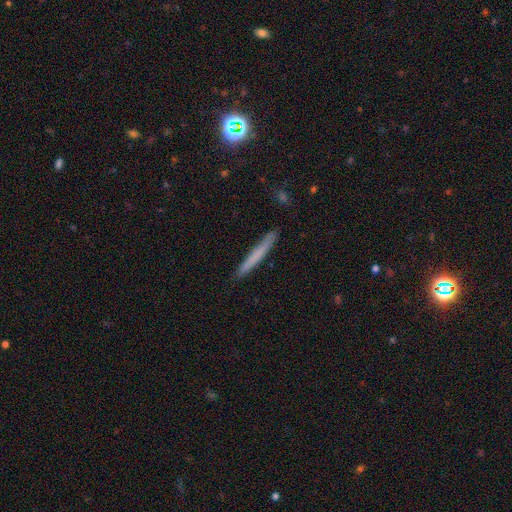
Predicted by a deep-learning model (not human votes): A smooth galaxy with no disk features (66%) that is cigar-shaped (97%).

Vote fractions:
- Smooth or featured? smooth: 66% / featured or disk: 27% / star or artifact: 7%
- How rounded? cigar-shaped: 97% / in between: 2% / round: 1%
- Merging? none: 90% / minor disturbance: 8% / major disturbance: 1% / merger: 1%